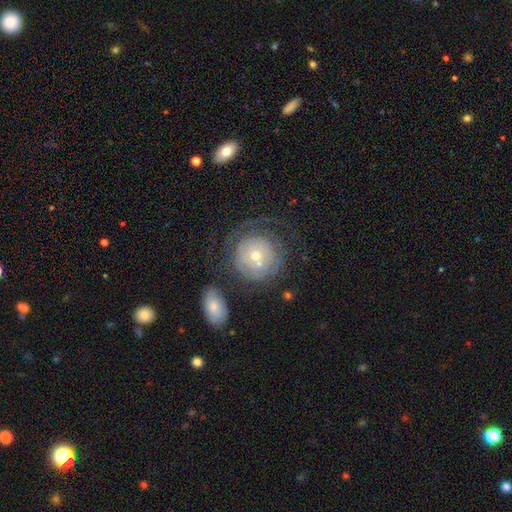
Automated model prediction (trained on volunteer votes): This is possibly a featured or disk galaxy (54%). It is clearly not viewed edge-on (97%). Bar: clearly no (87%). Spiral arm pattern: possibly yes (57%). Central bulge: possibly small (53%). Merging: possibly none (50%).